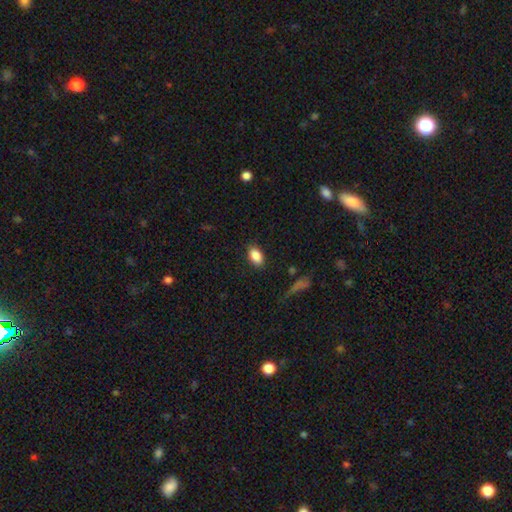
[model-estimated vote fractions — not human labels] smooth 87%, star or artifact 8%, featured or disk 5%. Down the decision tree: how rounded — in between (90%); merging — none (86%).